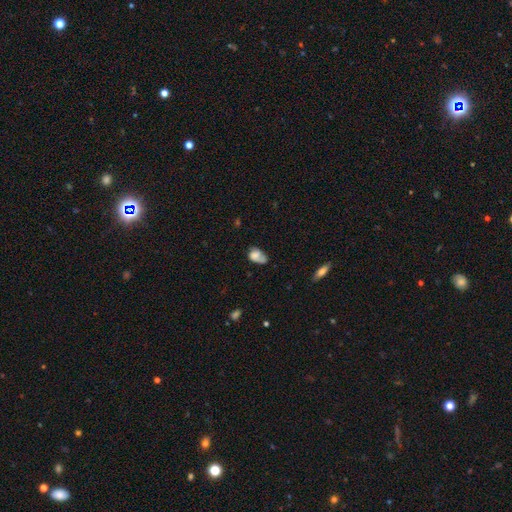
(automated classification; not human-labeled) smooth-or-featured: smooth: 65% | featured or disk: 25% | star or artifact: 9%
  how-rounded: in between: 82% | round: 16% | cigar-shaped: 2%
  merging: none: 34% | minor disturbance: 31% | major disturbance: 23% | merger: 11%